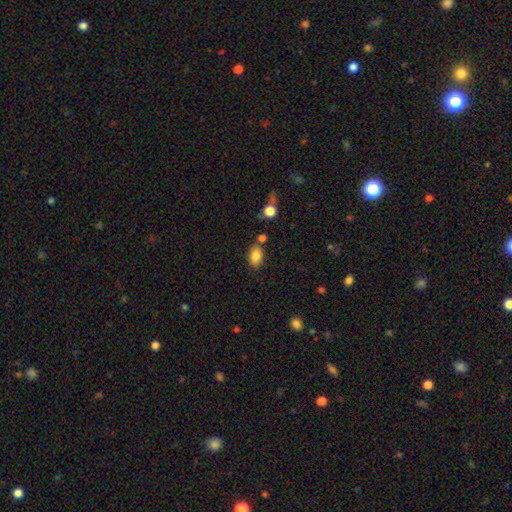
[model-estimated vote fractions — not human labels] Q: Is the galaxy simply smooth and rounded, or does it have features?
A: smooth — 84%.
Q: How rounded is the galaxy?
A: in between — 83%.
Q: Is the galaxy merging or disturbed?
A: none — 70%.